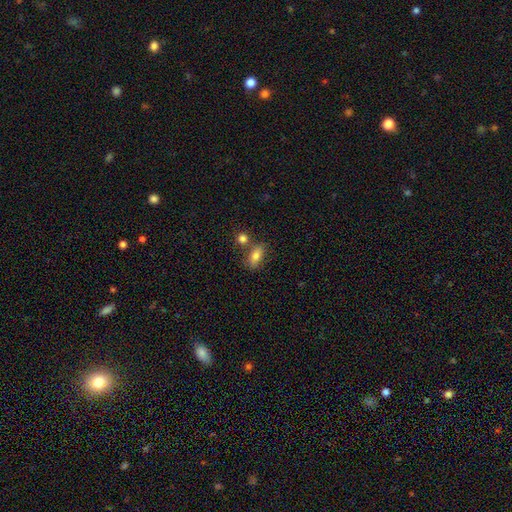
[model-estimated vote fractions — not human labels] smooth_or_featured: smooth (p=0.80) [alt: featured or disk p=0.11]
how_rounded: in between (p=0.83) [alt: cigar-shaped p=0.10]
merging: none (p=0.63) [alt: merger p=0.20]